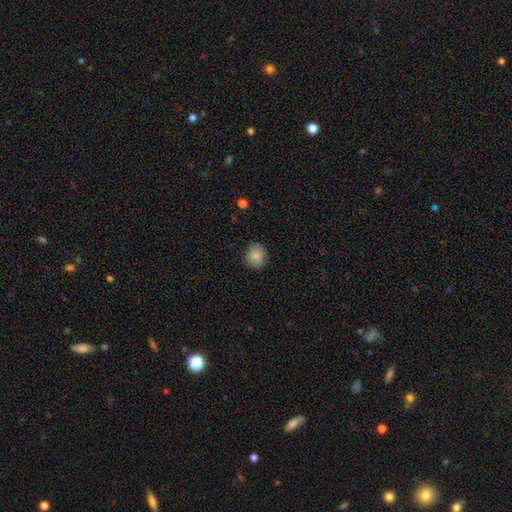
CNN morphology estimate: Smooth or featured?
  - smooth: 86% *
  - star or artifact: 8%
  - featured or disk: 5%
How rounded?
  - round: 76% *
  - in between: 23%
  - cigar-shaped: 1%
Merging?
  - none: 86% *
  - minor disturbance: 11%
  - major disturbance: 2%
  - merger: 1%